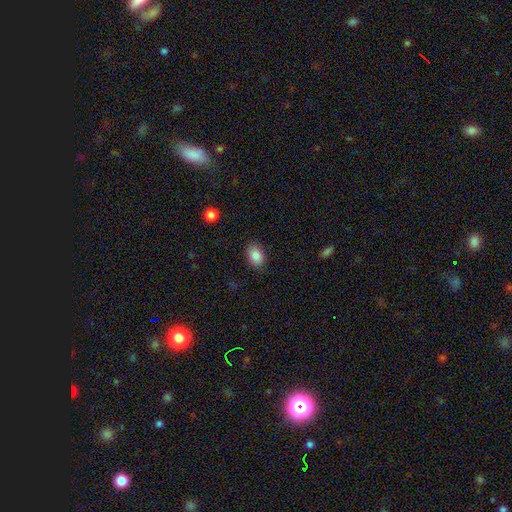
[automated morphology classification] This appears to be a smooth galaxy with no disk features (86%) that is in between round and cigar-shaped (73%). Merging: none (85%).